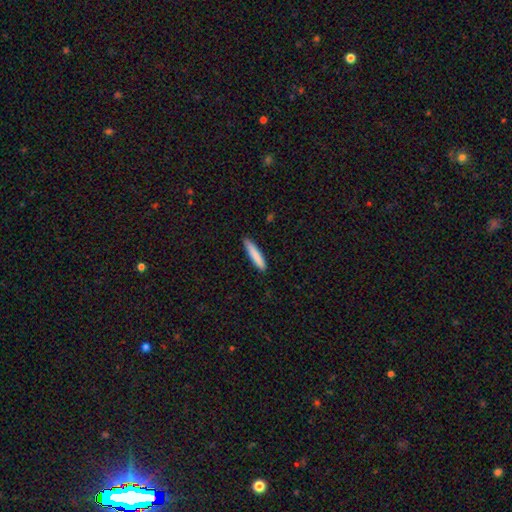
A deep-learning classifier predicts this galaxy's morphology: type=smooth (84%); roundness=cigar-shaped (91%); merging=none (89%).